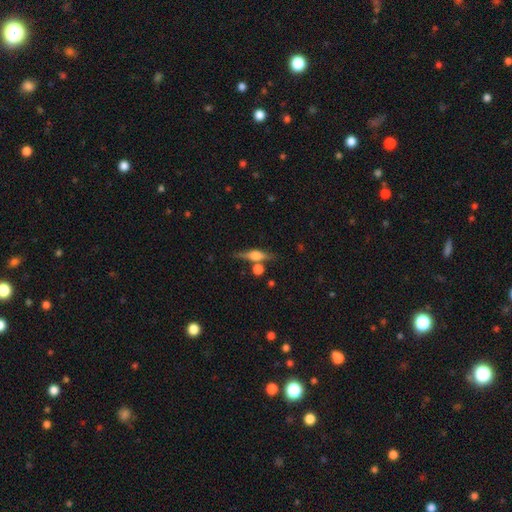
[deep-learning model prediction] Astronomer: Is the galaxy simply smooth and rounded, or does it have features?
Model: featured or disk — 62%.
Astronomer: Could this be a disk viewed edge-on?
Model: yes — 95%.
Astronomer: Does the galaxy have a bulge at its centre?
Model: rounded — 84%.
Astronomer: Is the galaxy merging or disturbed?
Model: none — 74%.